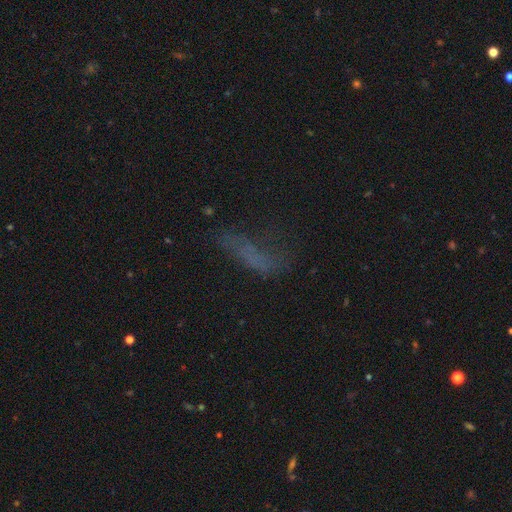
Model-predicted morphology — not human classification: Overall: smooth (45%; featured or disk 29%). Merging: none (45%; major disturbance 26%).